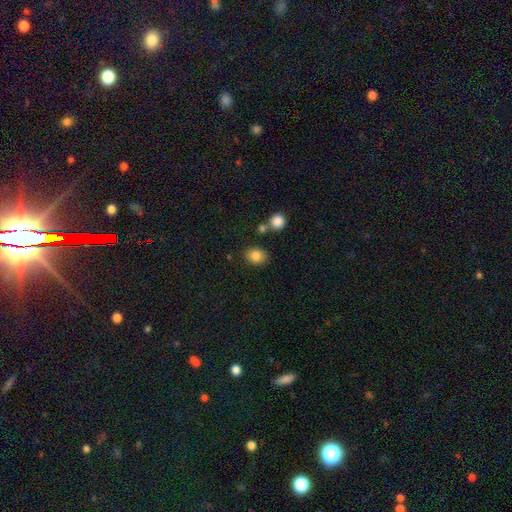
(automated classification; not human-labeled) Overall: smooth (84%). How rounded: round (50%; in between 49%). Merging: none (80%).